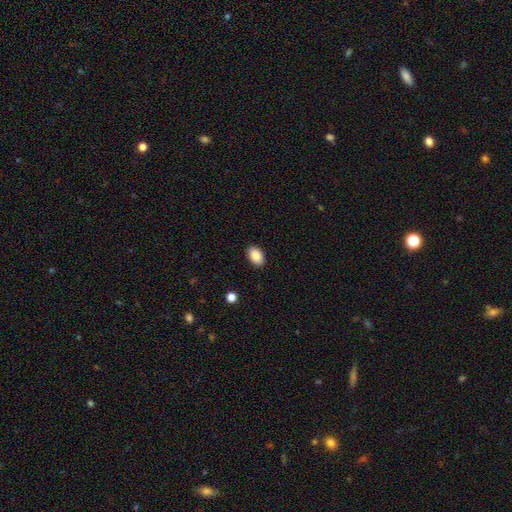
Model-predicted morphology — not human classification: Overall: smooth (89%). How rounded: in between (89%). Merging: none (89%).